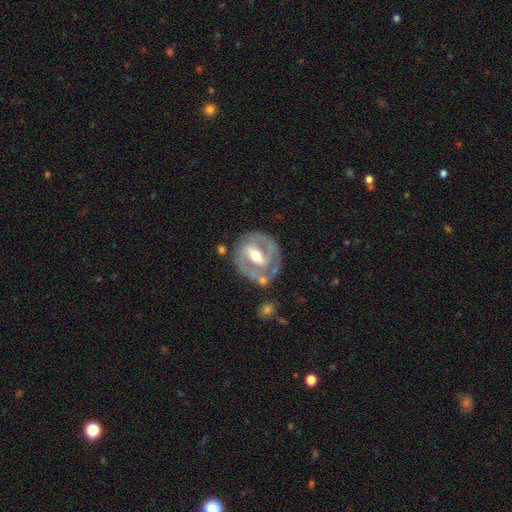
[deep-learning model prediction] Smooth or featured? featured or disk (81%)
Edge-on disk? no (96%)
Bar? strong (51%)
Spiral arms? yes (75%)
Spiral winding? tight (52%)
Spiral arm count? 2 (78%)
Bulge size? moderate (70%)
Merging? none (71%)